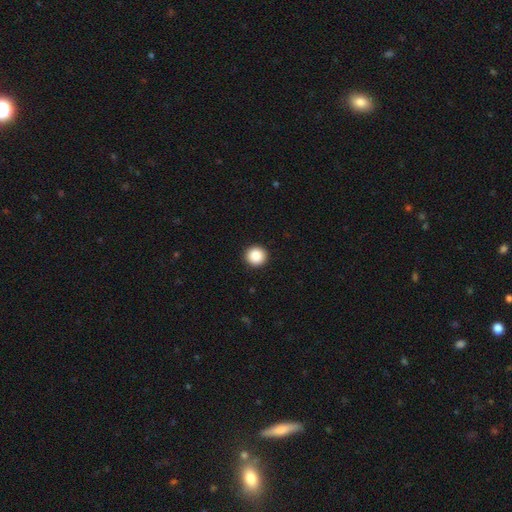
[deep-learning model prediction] Smooth or featured?
  - smooth: 88% *
  - star or artifact: 9%
  - featured or disk: 3%
How rounded?
  - round: 95% *
  - in between: 4%
  - cigar-shaped: 1%
Merging?
  - none: 93% *
  - minor disturbance: 4%
  - major disturbance: 1%
  - merger: 1%